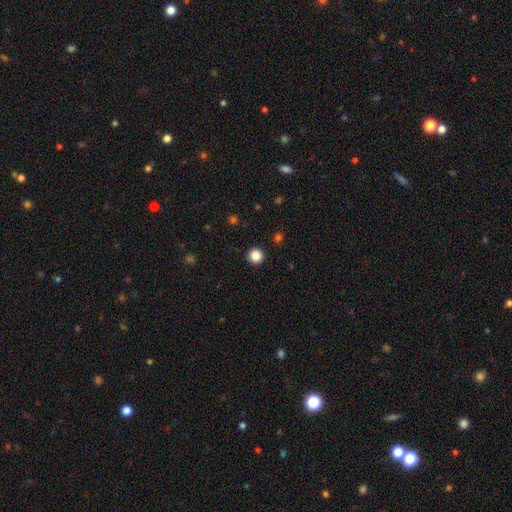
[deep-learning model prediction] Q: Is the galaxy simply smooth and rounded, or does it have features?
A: smooth — 86%.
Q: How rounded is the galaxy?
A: round — 96%.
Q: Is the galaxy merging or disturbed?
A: none — 93%.